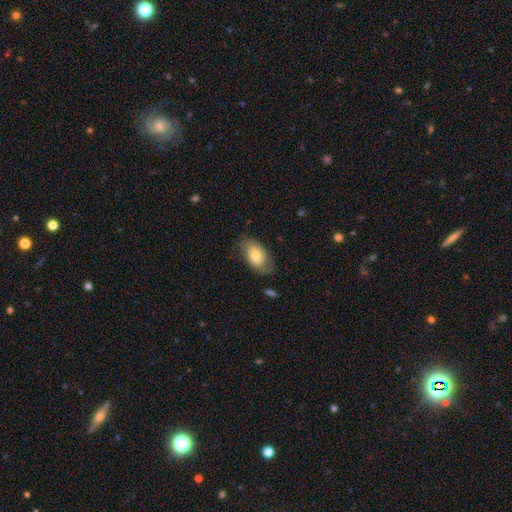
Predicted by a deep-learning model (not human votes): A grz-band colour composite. It shows a smooth galaxy with no disk features (70%) that is in between round and cigar-shaped (91%). Merging: none (67%).